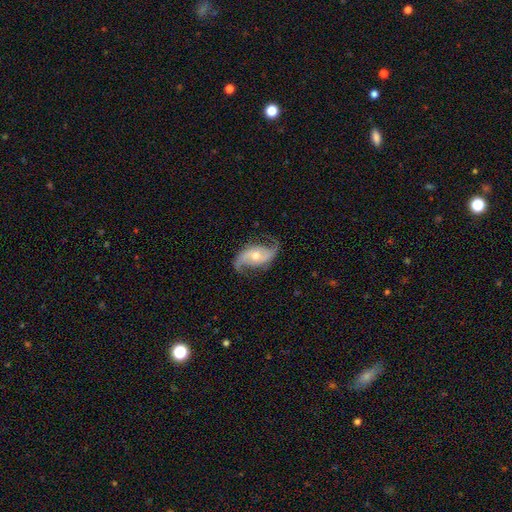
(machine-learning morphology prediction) Overall: featured or disk (88%). Edge-on disk: no (96%). Bar: no (56%; weak 32%). Spiral arms: yes (96%). Spiral arm count: 2 (93%). Spiral winding: loose (61%; medium 31%). Bulge size: moderate (62%; small 32%). Merging: none (76%).